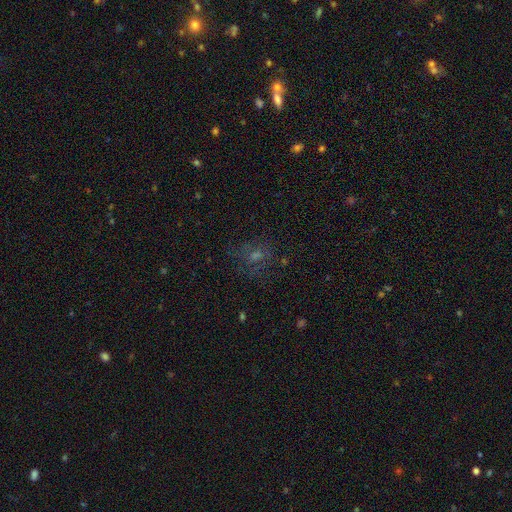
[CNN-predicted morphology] A smooth galaxy with no disk features (39%). Merging: none (65%).